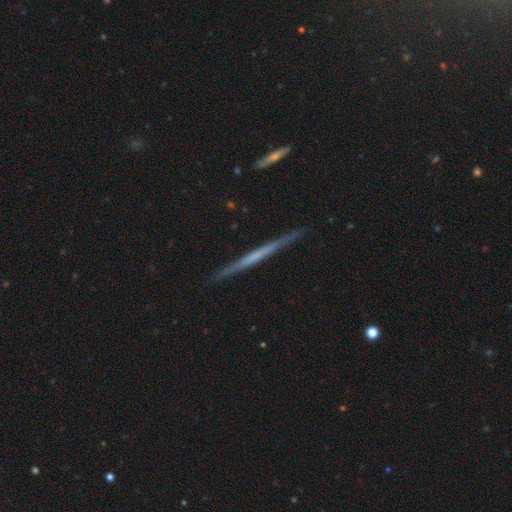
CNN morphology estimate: Q: Smooth or featured?
A: featured or disk (64%); runner-up: smooth (31%)
Q: Edge-on disk?
A: yes (98%); runner-up: no (2%)
Q: Edge-on bulge?
A: none (86%); runner-up: rounded (8%)
Q: Merging?
A: none (90%); runner-up: minor disturbance (7%)